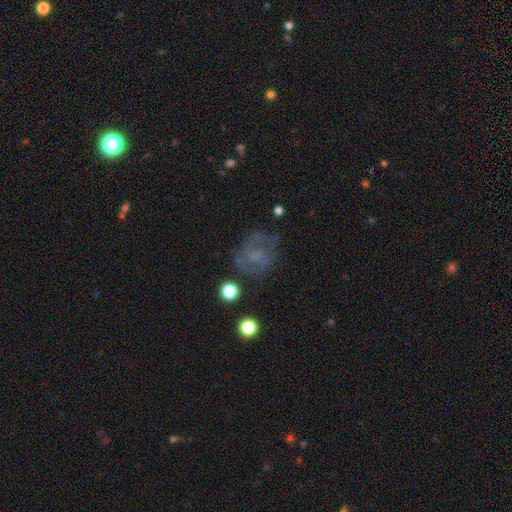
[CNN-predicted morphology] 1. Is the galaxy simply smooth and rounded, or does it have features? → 52% featured or disk, 30% smooth, 18% star or artifact.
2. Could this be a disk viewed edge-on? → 97% no, 3% yes.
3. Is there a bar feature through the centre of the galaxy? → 63% no, 30% weak, 7% strong.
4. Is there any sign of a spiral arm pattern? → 59% yes, 41% no.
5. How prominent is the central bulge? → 47% none, 28% small, 20% moderate, 4% large, 1% dominant.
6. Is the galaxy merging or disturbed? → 62% none, 18% minor disturbance, 16% major disturbance, 3% merger.